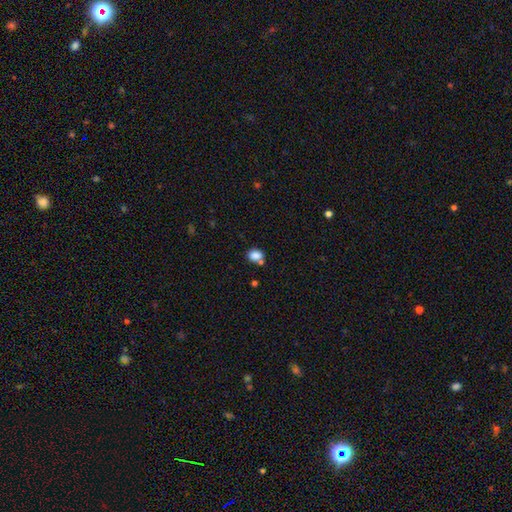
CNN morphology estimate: smooth_or_featured: smooth (p=0.84) [alt: star or artifact p=0.10]
how_rounded: in between (p=0.51) [alt: round p=0.48]
merging: none (p=0.63) [alt: merger p=0.19]